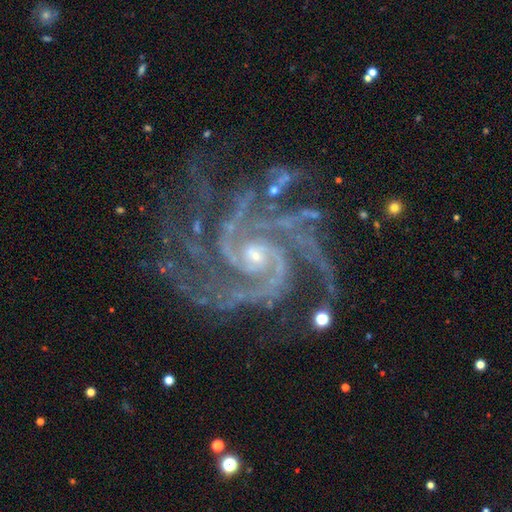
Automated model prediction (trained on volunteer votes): Smooth or featured?
  - featured or disk: 93% *
  - star or artifact: 5%
  - smooth: 2%
Edge-on disk?
  - no: 98% *
  - yes: 2%
Bar?
  - no: 61% *
  - weak: 27%
  - strong: 12%
Spiral arms?
  - yes: 99% *
  - no: 1%
Spiral winding?
  - tight: 52% *
  - medium: 42%
  - loose: 6%
Spiral arm count?
  - 3: 28% *
  - 2: 21%
  - 4: 19%
  - can't tell: 12%
  - more than 4: 11%
  - 1: 9%
Bulge size?
  - small: 71% *
  - moderate: 24%
  - none: 2%
  - large: 2%
  - dominant: 1%
Merging?
  - none: 58% *
  - minor disturbance: 19%
  - major disturbance: 19%
  - merger: 4%